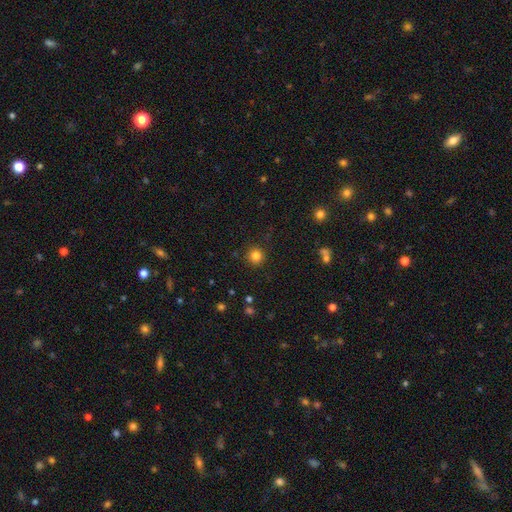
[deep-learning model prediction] This appears to be a smooth galaxy with no disk features (83%) that is round (94%). Merging: none (91%).